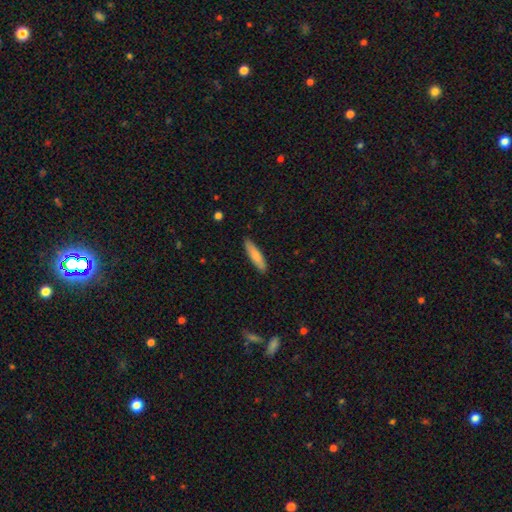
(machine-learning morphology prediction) A smooth galaxy with no disk features (78%) that is cigar-shaped (77%).

Vote fractions:
- Smooth or featured? smooth: 78% / featured or disk: 17% / star or artifact: 5%
- How rounded? cigar-shaped: 77% / in between: 22% / round: 1%
- Merging? none: 88% / minor disturbance: 9% / major disturbance: 2% / merger: 1%